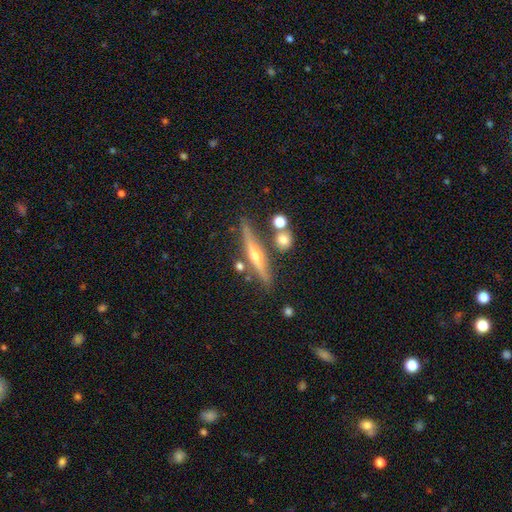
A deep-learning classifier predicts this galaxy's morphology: Q: Smooth or featured?
A: featured or disk (73%); runner-up: smooth (19%)
Q: Edge-on disk?
A: yes (96%); runner-up: no (4%)
Q: Edge-on bulge?
A: rounded (89%); runner-up: none (8%)
Q: Merging?
A: none (79%); runner-up: minor disturbance (10%)